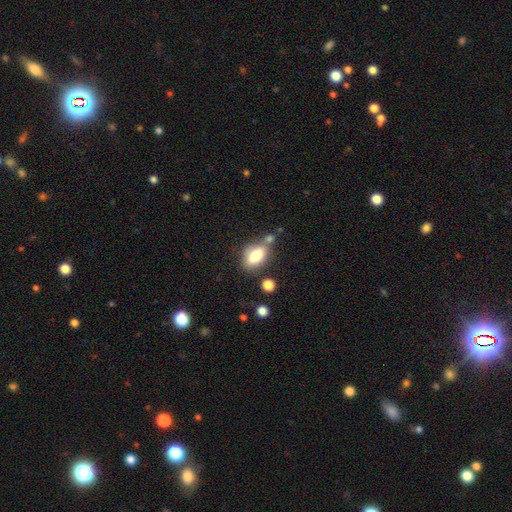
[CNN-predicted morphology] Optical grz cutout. It shows a smooth galaxy with no disk features (76%) that is in between round and cigar-shaped (85%). Merging: none (59%).